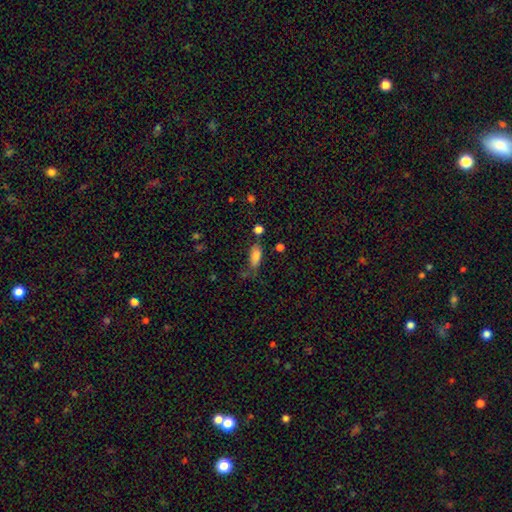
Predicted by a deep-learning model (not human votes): Smooth or featured: smooth — 82% (star or artifact — 9%)
How rounded: in between — 81% (cigar-shaped — 16%)
Merging: none — 58% (minor disturbance — 24%)